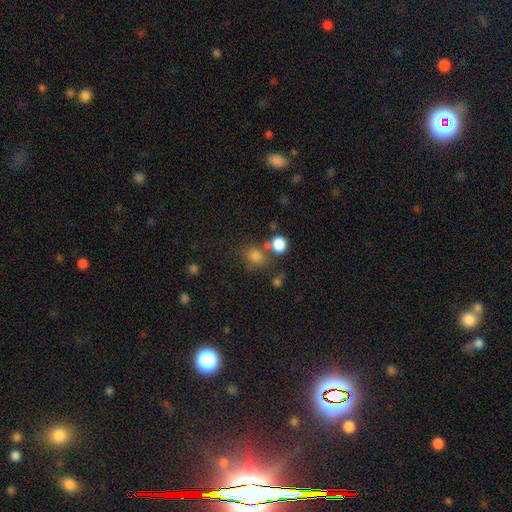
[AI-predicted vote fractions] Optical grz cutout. It shows a smooth galaxy with no disk features (74%) that is round (67%). Merging: none (62%).